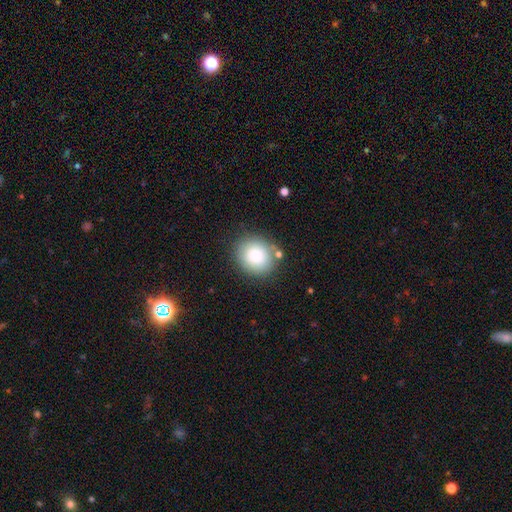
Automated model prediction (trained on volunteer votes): Overall: smooth (83%). How rounded: round (77%). Merging: none (78%).